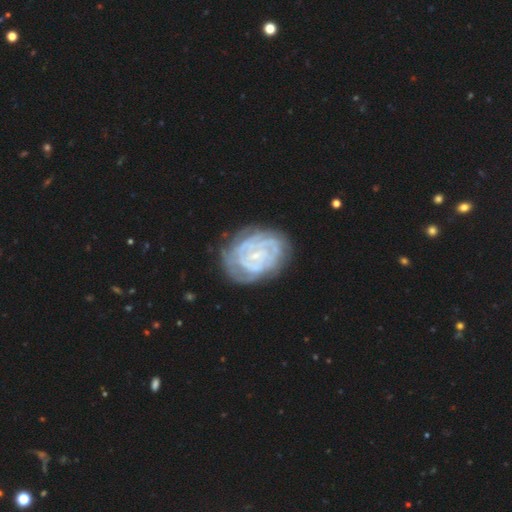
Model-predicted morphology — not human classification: Smooth or featured? featured or disk (82%)
Edge-on disk? no (97%)
Bar? no (57%)
Spiral arms? yes (92%)
Spiral winding? tight (79%)
Spiral arm count? can't tell (40%)
Bulge size? small (78%)
Merging? none (74%)